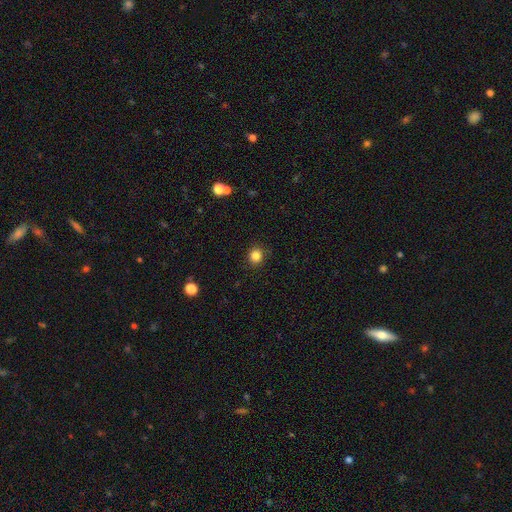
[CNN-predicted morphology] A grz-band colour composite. It shows a smooth galaxy with no disk features (84%) that is round (88%). Merging: none (88%).